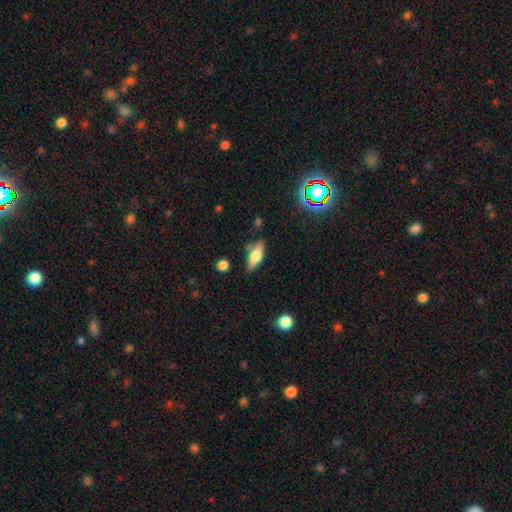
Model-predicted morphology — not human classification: Smooth or featured? Predicted: smooth (p=0.62). How rounded? Predicted: in between (p=0.65). Merging? Predicted: none (p=0.74).